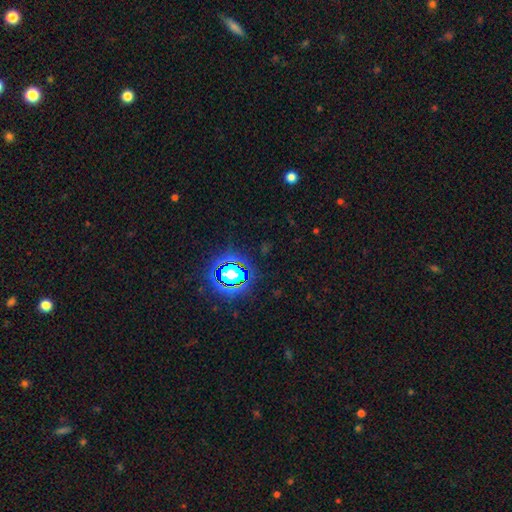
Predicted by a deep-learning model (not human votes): The model was most divided on "smooth or featured": star or artifact: 81%, smooth: 12%, featured or disk: 7%.